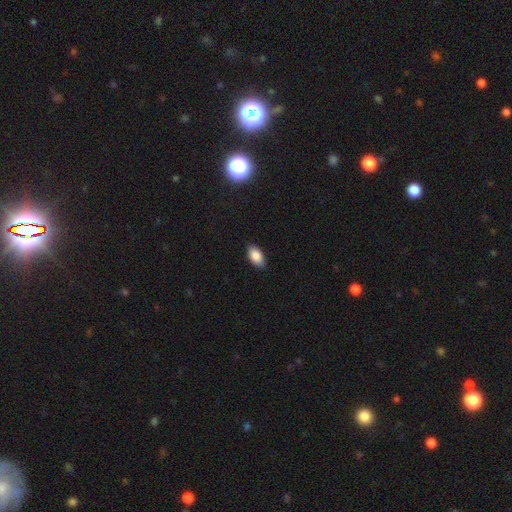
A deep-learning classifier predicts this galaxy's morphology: A smooth galaxy with no disk features (87%) that is in between round and cigar-shaped (94%).

Vote fractions:
- Smooth or featured? smooth: 87% / star or artifact: 7% / featured or disk: 6%
- How rounded? in between: 94% / round: 4% / cigar-shaped: 2%
- Merging? none: 85% / minor disturbance: 12% / major disturbance: 2% / merger: 1%